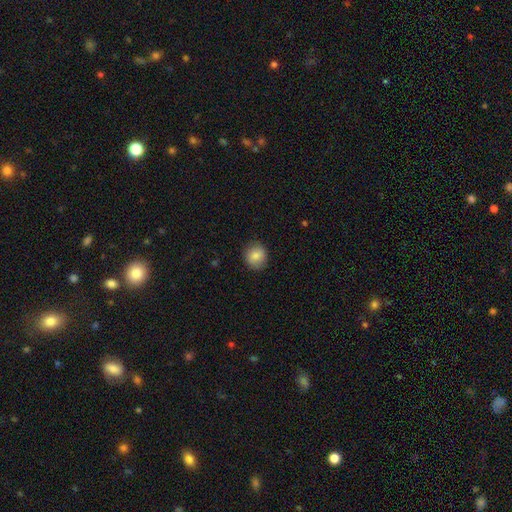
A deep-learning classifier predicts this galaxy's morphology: smooth 84%, star or artifact 8%, featured or disk 8%. Down the decision tree: how rounded — round (81%); merging — none (87%).